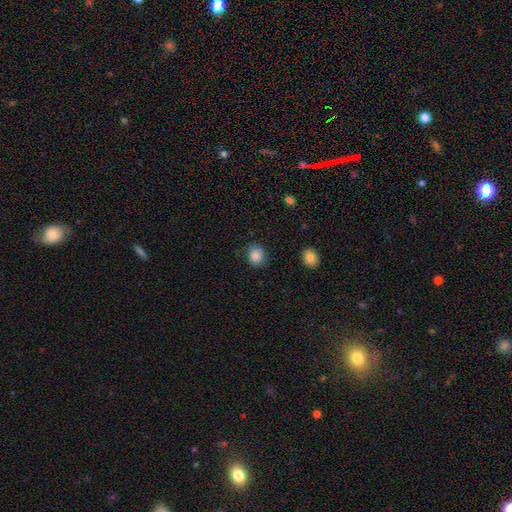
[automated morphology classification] This is clearly a smooth galaxy (85%). How rounded: likely round (70%). Merging: clearly none (80%).